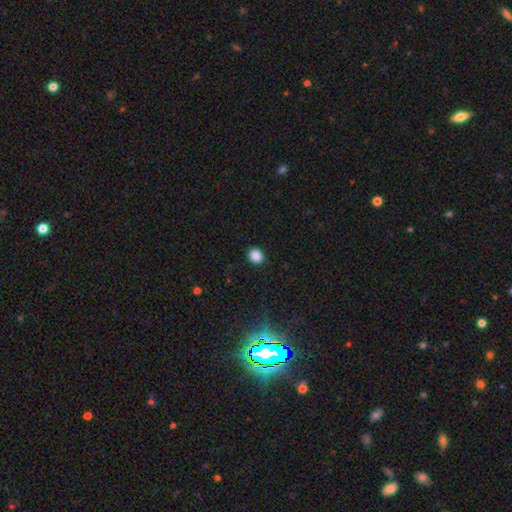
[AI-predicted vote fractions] Morphology: type=smooth (87%); roundness=round (62%); merging=none (90%).